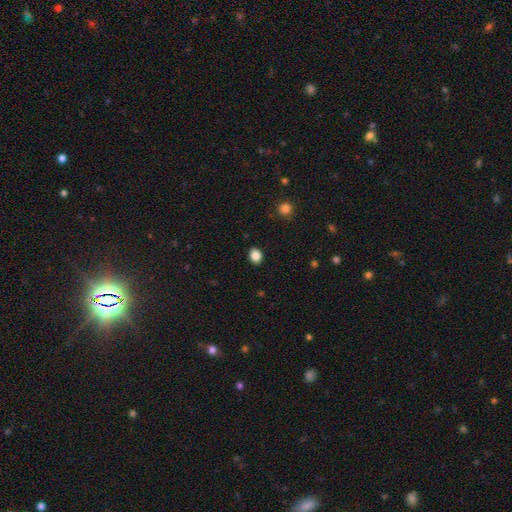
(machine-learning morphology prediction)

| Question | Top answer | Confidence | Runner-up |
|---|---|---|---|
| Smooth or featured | smooth | 86% | star or artifact (10%) |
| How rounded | round | 51% | in between (48%) |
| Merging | none | 90% | minor disturbance (7%) |